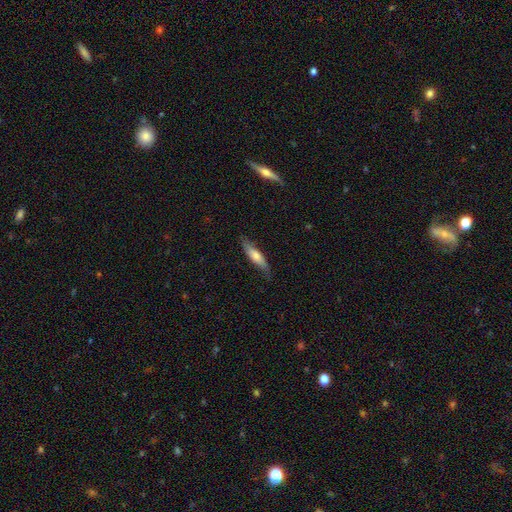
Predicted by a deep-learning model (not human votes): Smooth or featured? smooth (59%)
How rounded? cigar-shaped (70%)
Merging? none (74%)